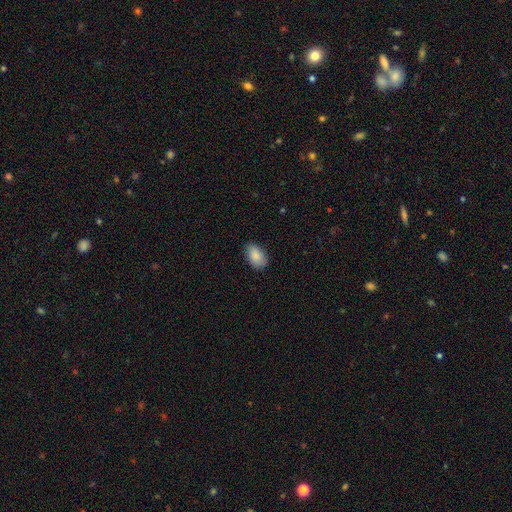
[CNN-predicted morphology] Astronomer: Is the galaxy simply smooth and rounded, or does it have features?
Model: smooth — 88%.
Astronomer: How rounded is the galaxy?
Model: in between — 91%.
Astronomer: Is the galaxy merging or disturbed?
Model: none — 82%.